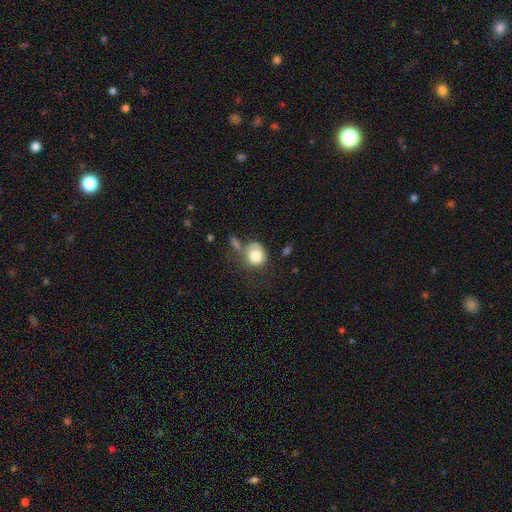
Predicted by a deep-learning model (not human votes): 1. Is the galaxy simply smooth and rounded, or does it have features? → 77% smooth, 15% featured or disk, 8% star or artifact.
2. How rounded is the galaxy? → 77% round, 22% in between, 1% cigar-shaped.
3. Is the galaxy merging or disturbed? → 40% none, 22% minor disturbance, 20% merger, 18% major disturbance.